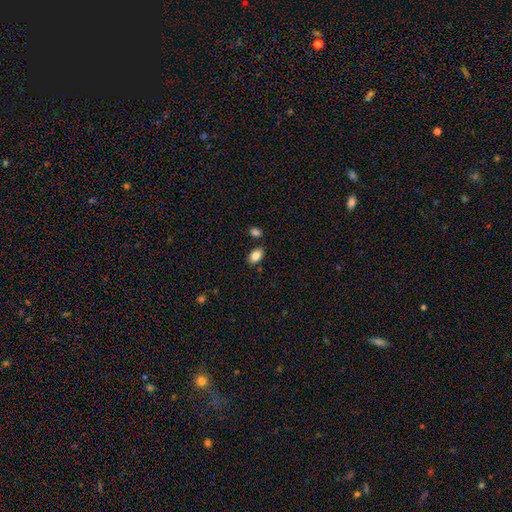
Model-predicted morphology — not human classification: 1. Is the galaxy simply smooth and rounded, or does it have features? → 86% smooth, 8% star or artifact, 6% featured or disk.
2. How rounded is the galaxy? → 91% in between, 7% round, 2% cigar-shaped.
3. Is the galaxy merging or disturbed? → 81% none, 11% minor disturbance, 6% merger, 2% major disturbance.